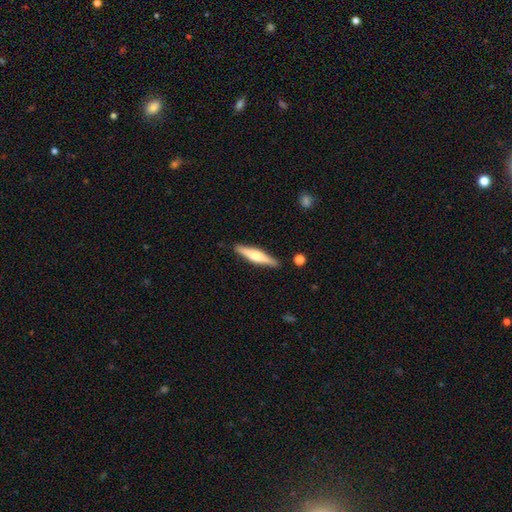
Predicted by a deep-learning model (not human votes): This is likely a featured or disk galaxy (62%). It is clearly viewed edge-on (96%). Edge-on bulge: clearly rounded (91%). Merging: clearly none (89%).